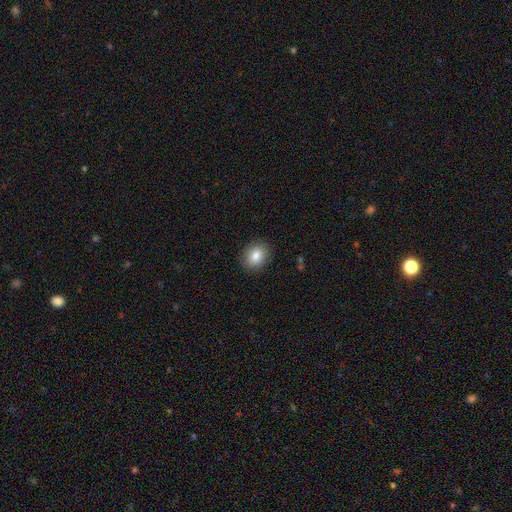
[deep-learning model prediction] This is clearly a smooth galaxy (84%). How rounded: possibly round (52%). Merging: clearly none (90%).